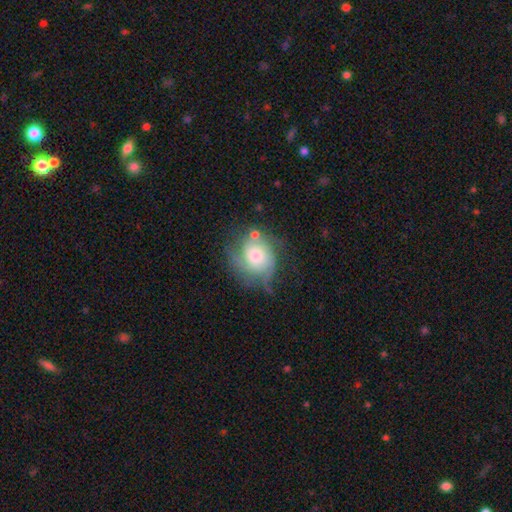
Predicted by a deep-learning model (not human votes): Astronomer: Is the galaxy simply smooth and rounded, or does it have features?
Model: featured or disk — 63%.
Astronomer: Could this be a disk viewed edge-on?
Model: no — 97%.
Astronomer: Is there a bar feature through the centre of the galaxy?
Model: no — 80%.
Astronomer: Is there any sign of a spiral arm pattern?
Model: yes — 86%.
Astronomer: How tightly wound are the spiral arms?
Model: tight — 46% (runner-up: medium, 37%).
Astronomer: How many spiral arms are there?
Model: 2 — 33% (runner-up: can't tell, 31%).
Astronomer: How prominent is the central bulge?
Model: moderate — 60%.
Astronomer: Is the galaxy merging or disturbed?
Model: none — 51% (runner-up: minor disturbance, 26%).